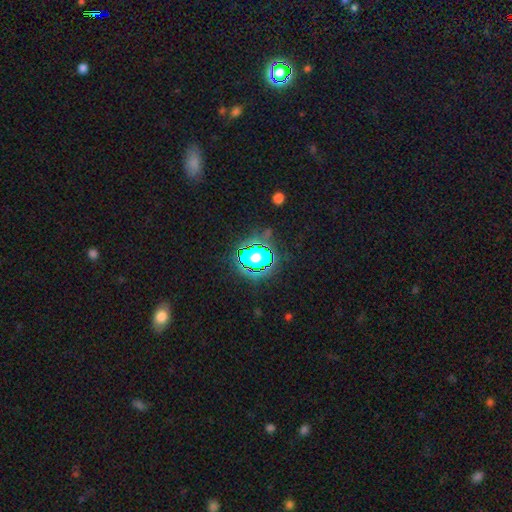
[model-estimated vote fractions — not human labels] Smooth or featured?
  - star or artifact: 70% *
  - smooth: 20%
  - featured or disk: 10%